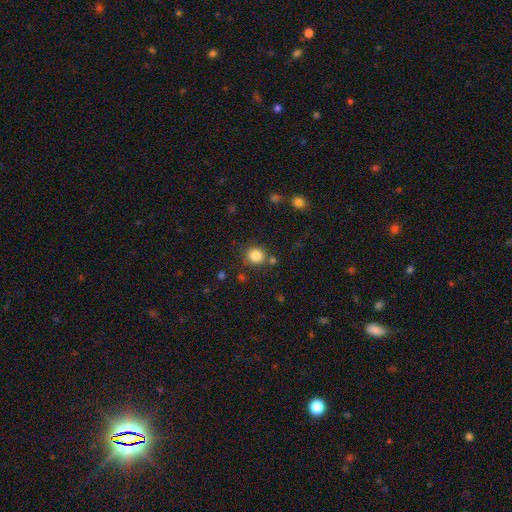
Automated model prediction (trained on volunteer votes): smooth_or_featured: smooth (p=0.84) [alt: star or artifact p=0.11]
how_rounded: round (p=0.89) [alt: in between p=0.10]
merging: none (p=0.79) [alt: minor disturbance p=0.09]